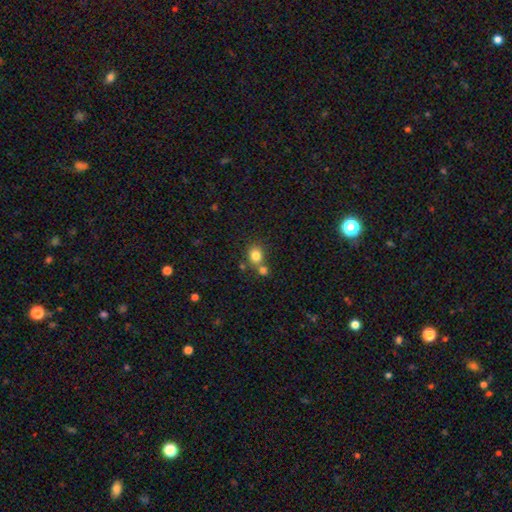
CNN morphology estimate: Overall: smooth (82%). How rounded: round (71%). Merging: none (56%; merger 31%).